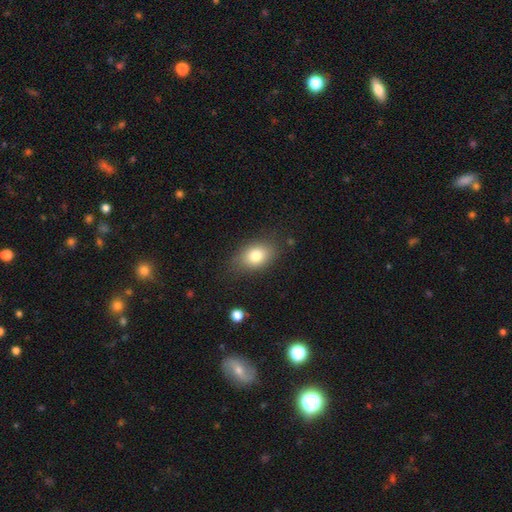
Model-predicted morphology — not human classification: Q: Smooth or featured?
A: smooth (79%); runner-up: featured or disk (12%)
Q: How rounded?
A: in between (79%); runner-up: round (19%)
Q: Merging?
A: none (79%); runner-up: minor disturbance (15%)